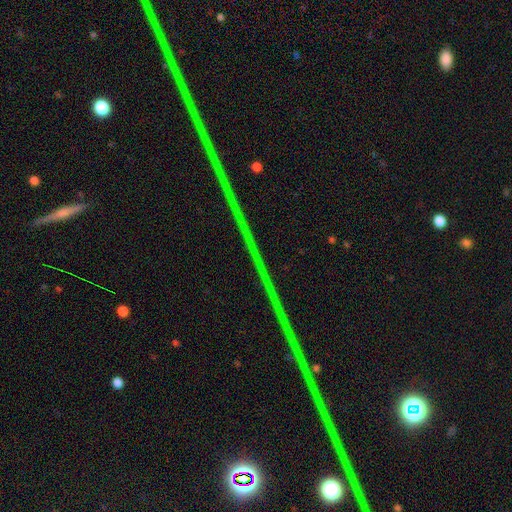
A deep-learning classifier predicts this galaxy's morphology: A star or artifact, not a galaxy (82%).

Vote fractions:
- Smooth or featured? star or artifact: 82% / featured or disk: 13% / smooth: 6%